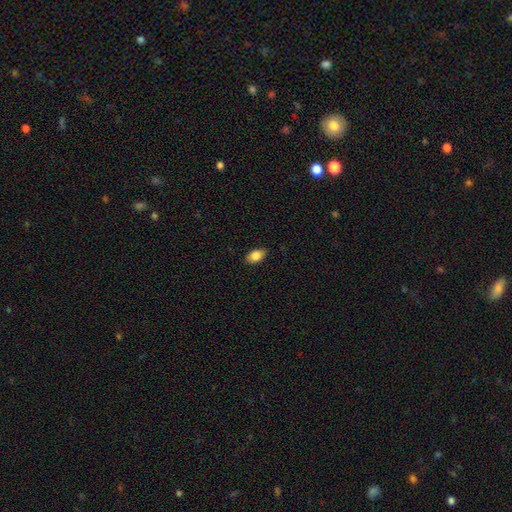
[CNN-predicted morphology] Smooth or featured? Predicted: smooth (p=0.84). How rounded? Predicted: in between (p=0.91). Merging? Predicted: none (p=0.88).